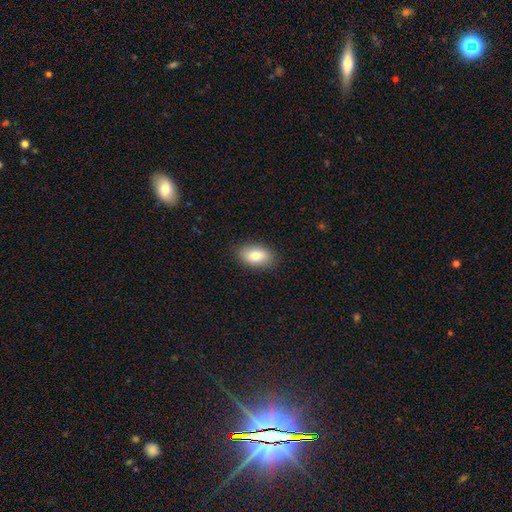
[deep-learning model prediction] This is likely a smooth galaxy (80%). How rounded: clearly in between (90%). Merging: clearly none (88%).